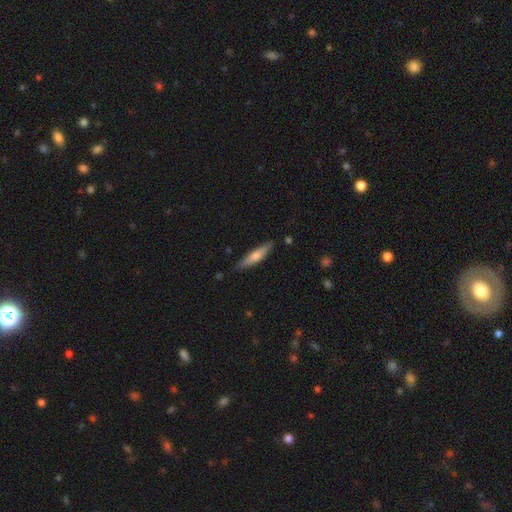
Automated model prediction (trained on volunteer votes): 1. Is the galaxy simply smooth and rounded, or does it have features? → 55% smooth, 40% featured or disk, 6% star or artifact.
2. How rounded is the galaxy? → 86% cigar-shaped, 13% in between, 2% round.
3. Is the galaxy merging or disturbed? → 86% none, 11% minor disturbance, 2% major disturbance, 2% merger.